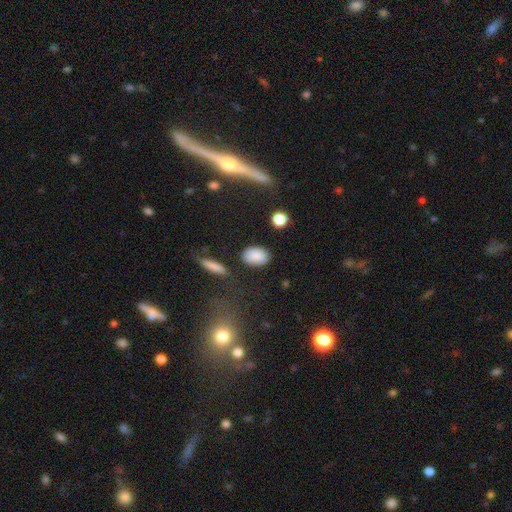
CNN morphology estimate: Smooth or featured? smooth (86%)
How rounded? in between (88%)
Merging? none (83%)